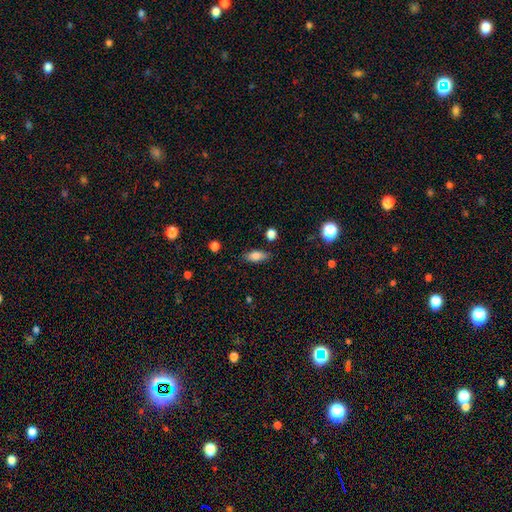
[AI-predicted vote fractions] Q: Smooth or featured?
A: smooth (79%); runner-up: featured or disk (12%)
Q: How rounded?
A: in between (79%); runner-up: cigar-shaped (16%)
Q: Merging?
A: none (78%); runner-up: minor disturbance (15%)